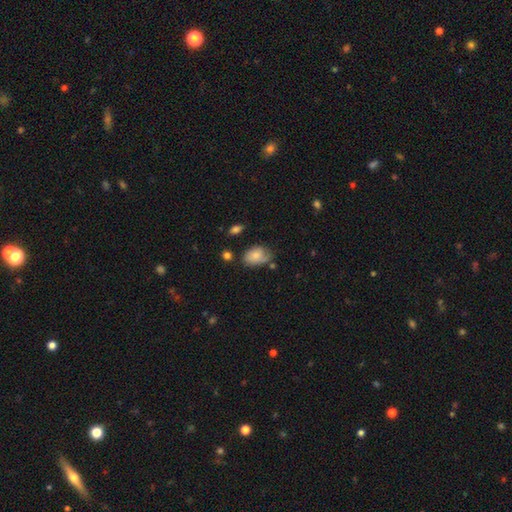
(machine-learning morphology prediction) This is likely a smooth galaxy (74%). How rounded: clearly in between (84%). Merging: possibly none (53%).